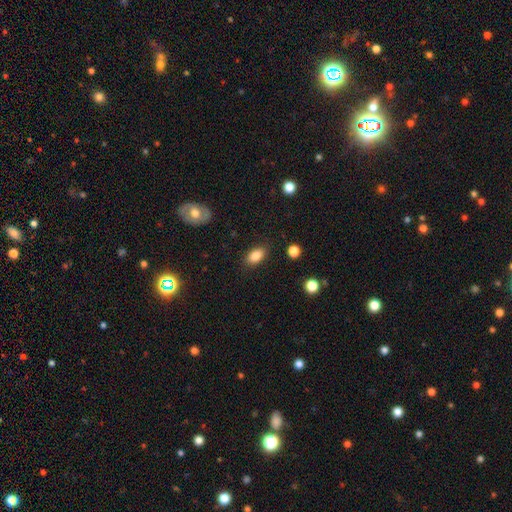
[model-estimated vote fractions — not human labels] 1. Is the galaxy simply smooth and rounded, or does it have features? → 85% smooth, 8% star or artifact, 7% featured or disk.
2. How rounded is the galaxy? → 89% in between, 8% round, 3% cigar-shaped.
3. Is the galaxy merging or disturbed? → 85% none, 10% minor disturbance, 3% major disturbance, 1% merger.